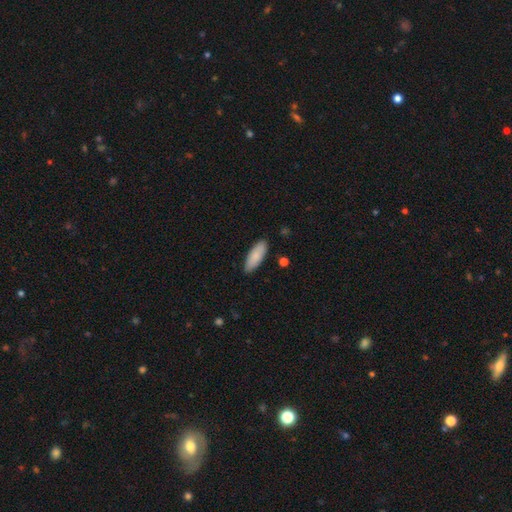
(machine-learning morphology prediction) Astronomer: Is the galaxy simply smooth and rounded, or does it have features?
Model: smooth — 87%.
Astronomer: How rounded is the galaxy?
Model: in between — 72%.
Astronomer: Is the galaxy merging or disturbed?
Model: none — 87%.